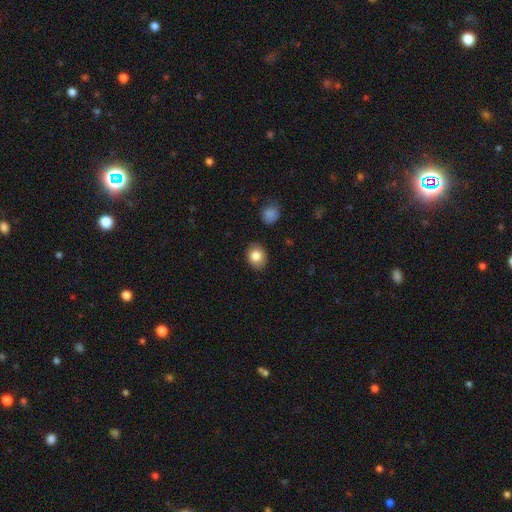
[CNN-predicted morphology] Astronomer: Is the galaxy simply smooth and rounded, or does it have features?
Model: smooth — 83%.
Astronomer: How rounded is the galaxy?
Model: round — 53% (runner-up: in between, 46%).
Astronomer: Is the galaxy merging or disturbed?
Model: none — 88%.